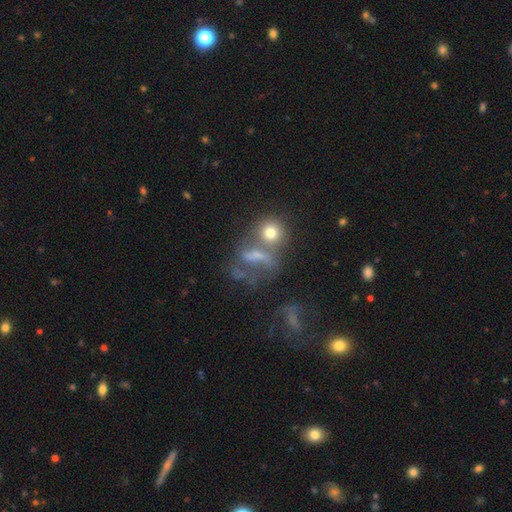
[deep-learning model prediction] smooth-or-featured: featured or disk: 42% | smooth: 34% | star or artifact: 24%
  merging: merger: 33% | none: 32% | major disturbance: 21% | minor disturbance: 14%